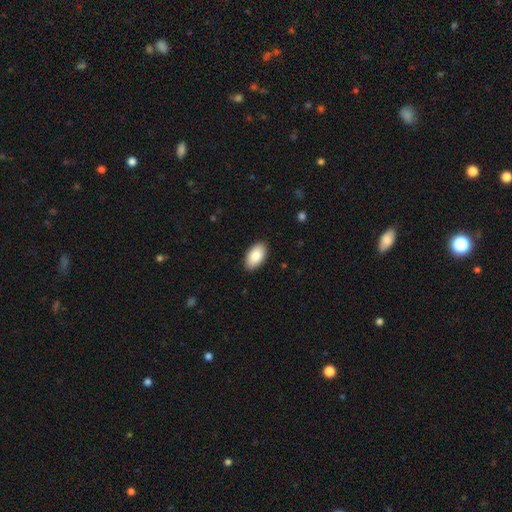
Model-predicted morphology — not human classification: A smooth galaxy with no disk features (87%) that is in between round and cigar-shaped (96%). Merging: none (89%).